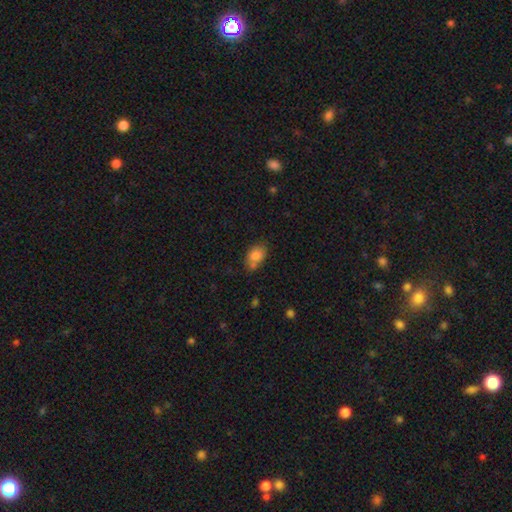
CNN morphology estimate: smooth-or-featured: smooth: 81% | featured or disk: 11% | star or artifact: 9%
  how-rounded: in between: 81% | round: 17% | cigar-shaped: 2%
  merging: none: 59% | minor disturbance: 20% | merger: 16% | major disturbance: 5%